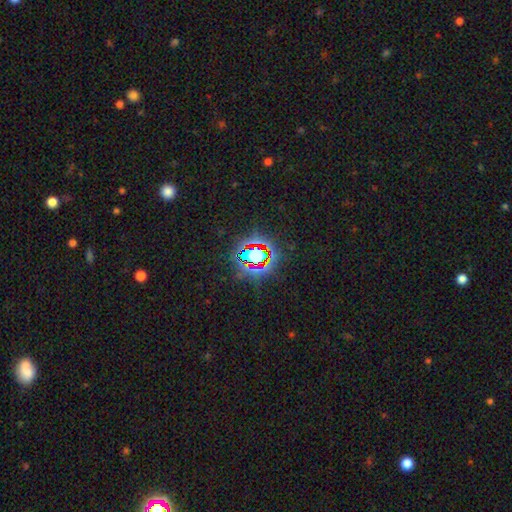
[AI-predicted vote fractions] Q: Smooth or featured?
A: star or artifact (71%); runner-up: smooth (18%)